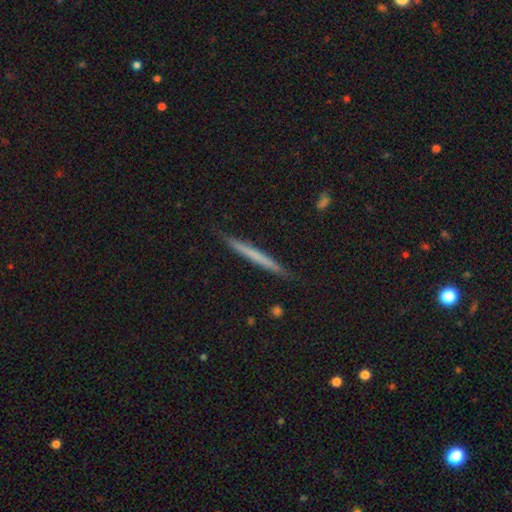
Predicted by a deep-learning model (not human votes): Smooth or featured? smooth (54%)
How rounded? cigar-shaped (97%)
Merging? none (89%)